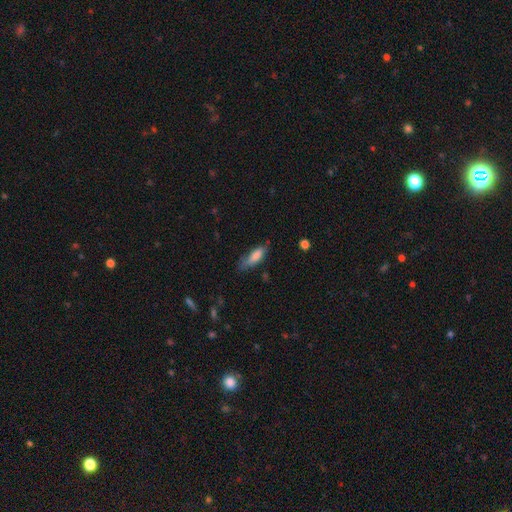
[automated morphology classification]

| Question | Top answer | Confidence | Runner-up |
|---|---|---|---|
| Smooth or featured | smooth | 79% | featured or disk (14%) |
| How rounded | in between | 57% | cigar-shaped (41%) |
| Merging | none | 57% | minor disturbance (32%) |